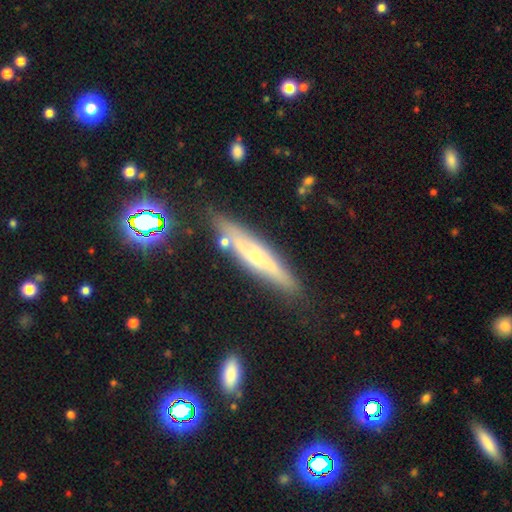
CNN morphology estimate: This appears to be a featured or disk galaxy (55%) viewed edge-on (81%). Merging: none (77%).